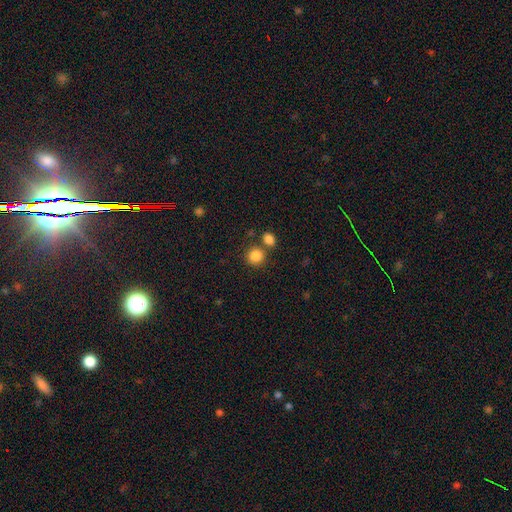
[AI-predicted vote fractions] Smooth or featured?
  - smooth: 85% *
  - star or artifact: 10%
  - featured or disk: 4%
How rounded?
  - round: 83% *
  - in between: 16%
  - cigar-shaped: 1%
Merging?
  - none: 69% *
  - merger: 20%
  - minor disturbance: 8%
  - major disturbance: 3%